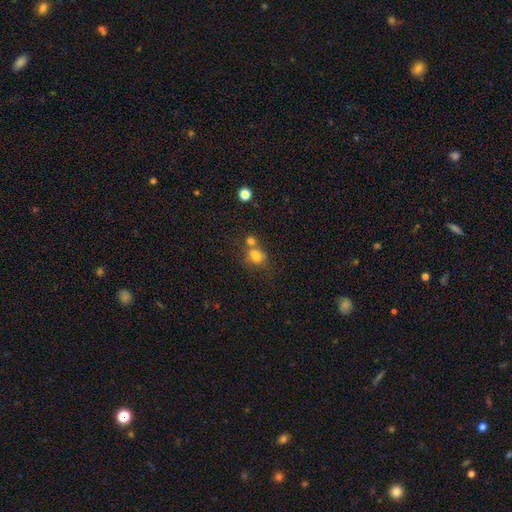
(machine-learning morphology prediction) The model was most divided on "merging": merger: 42%, none: 39%, minor disturbance: 13%, major disturbance: 6%. More confident: smooth or featured — smooth (75%); how rounded — in between (55%).